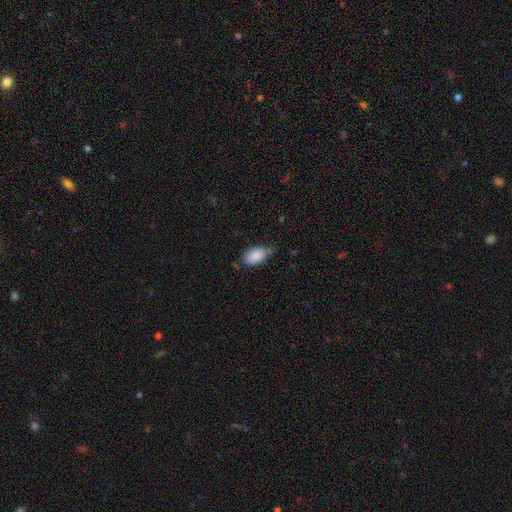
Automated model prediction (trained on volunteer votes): A smooth galaxy with no disk features (86%) that is in between round and cigar-shaped (93%). Merging: none (60%).